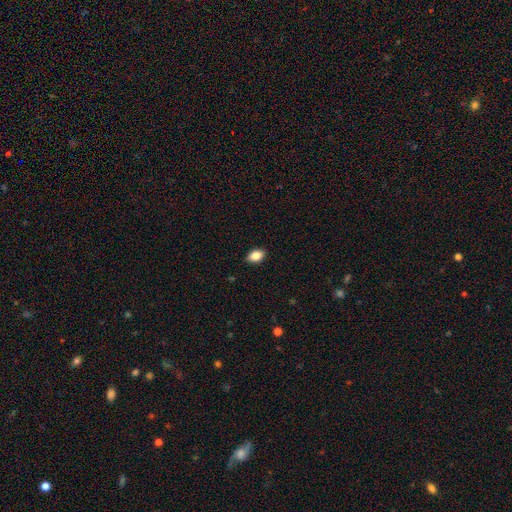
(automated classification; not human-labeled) smooth-or-featured: smooth: 86% | star or artifact: 8% | featured or disk: 6%
  how-rounded: in between: 86% | round: 13% | cigar-shaped: 1%
  merging: none: 89% | minor disturbance: 8% | major disturbance: 2% | merger: 1%